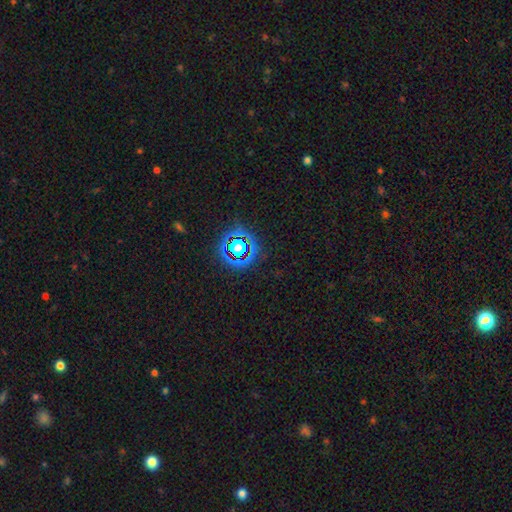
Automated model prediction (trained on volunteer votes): smooth_or_featured: star or artifact (p=0.67) [alt: smooth p=0.21]